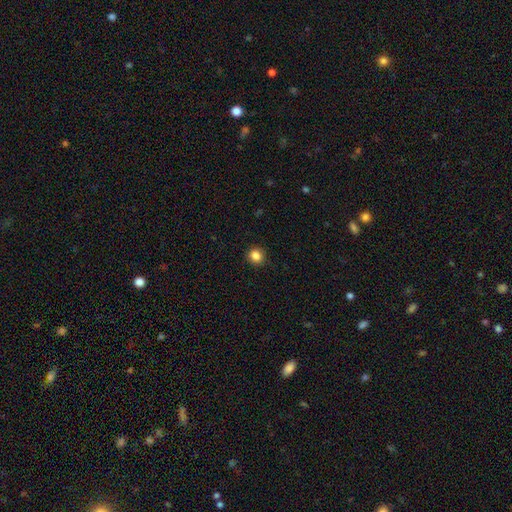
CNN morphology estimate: Q: Smooth or featured?
A: smooth (86%); runner-up: star or artifact (11%)
Q: How rounded?
A: round (87%); runner-up: in between (12%)
Q: Merging?
A: none (91%); runner-up: minor disturbance (6%)